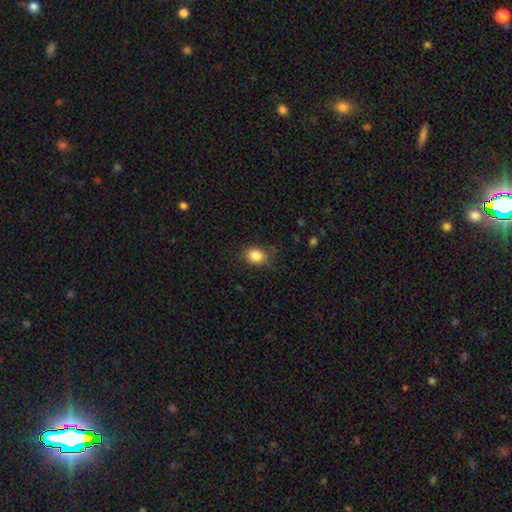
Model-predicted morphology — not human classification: smooth_or_featured: smooth (p=0.85) [alt: star or artifact p=0.10]
how_rounded: in between (p=0.50) [alt: round p=0.49]
merging: none (p=0.80) [alt: minor disturbance p=0.15]